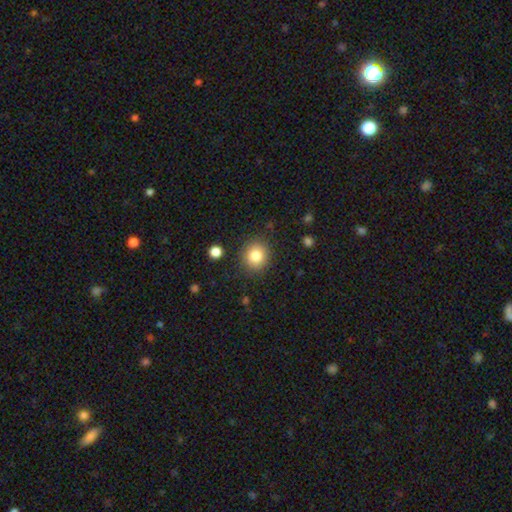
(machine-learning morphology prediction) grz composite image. It shows a smooth galaxy with no disk features (83%) that is round (83%). Merging: none (87%).